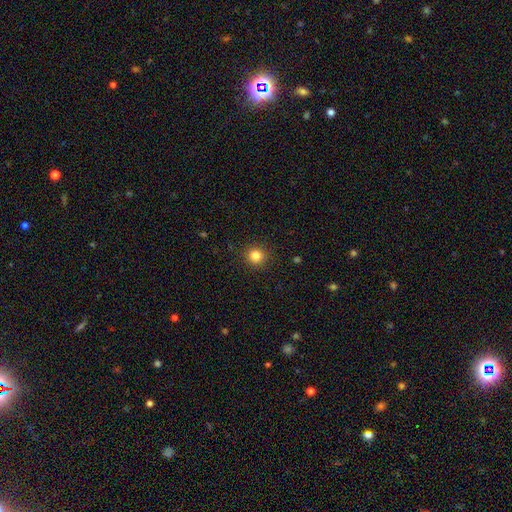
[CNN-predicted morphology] smooth_or_featured: smooth (p=0.83) [alt: star or artifact p=0.12]
how_rounded: round (p=0.93) [alt: in between p=0.06]
merging: none (p=0.92) [alt: minor disturbance p=0.06]